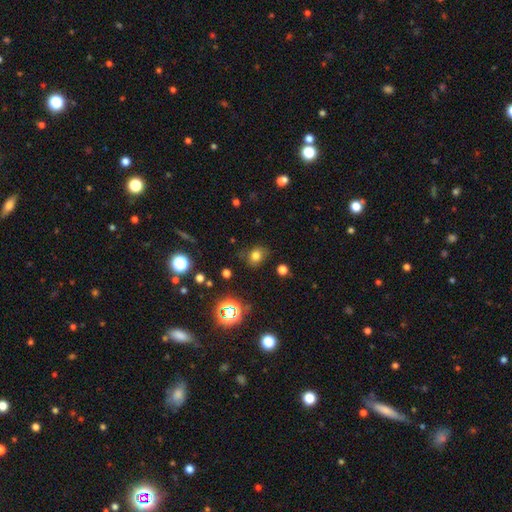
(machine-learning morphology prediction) This appears to be a smooth galaxy with no disk features (73%) that is round (57%). Merging: none (74%).